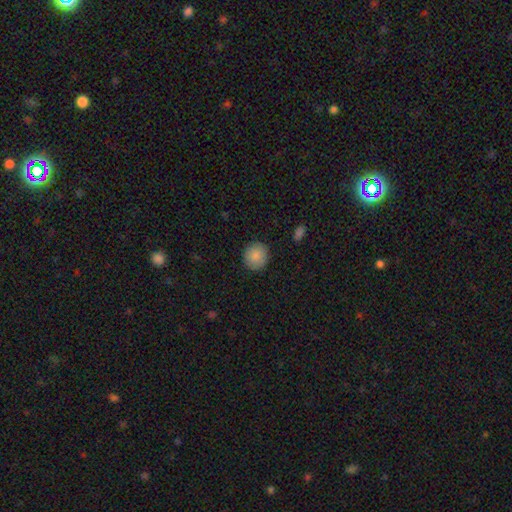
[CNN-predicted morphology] Smooth or featured: smooth — 88% (star or artifact — 7%)
How rounded: round — 90% (in between — 9%)
Merging: none — 90% (minor disturbance — 7%)